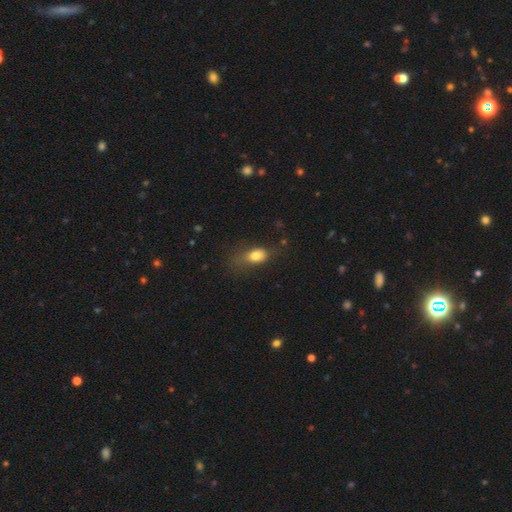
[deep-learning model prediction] Overall: smooth (78%). How rounded: in between (80%). Merging: none (48%; minor disturbance 28%).